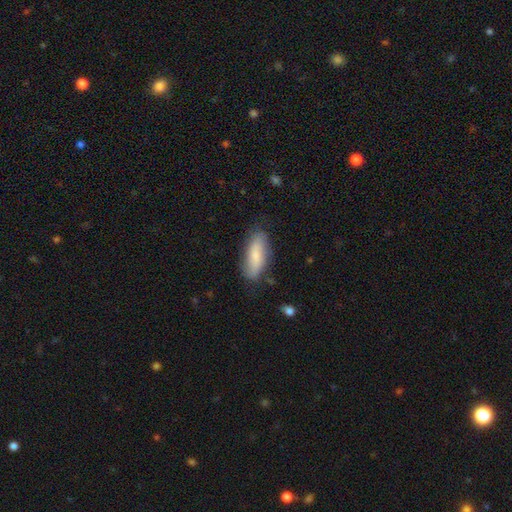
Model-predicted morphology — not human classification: Smooth or featured?
  - smooth: 71% *
  - featured or disk: 23%
  - star or artifact: 6%
How rounded?
  - in between: 68% *
  - cigar-shaped: 29%
  - round: 2%
Merging?
  - none: 77% *
  - minor disturbance: 18%
  - major disturbance: 4%
  - merger: 2%